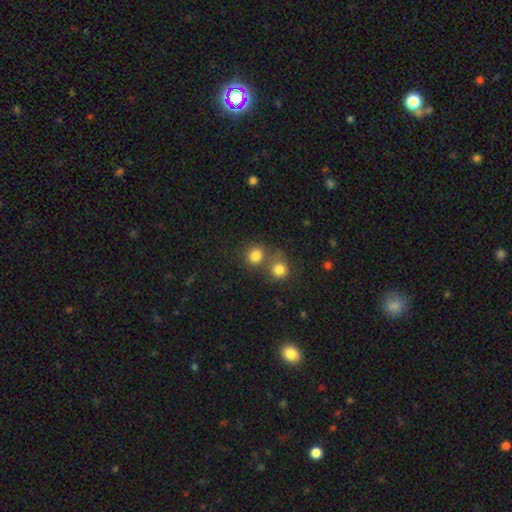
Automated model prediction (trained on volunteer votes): This appears to be a smooth galaxy with no disk features (82%) that is round (83%). Merging: none (53%).